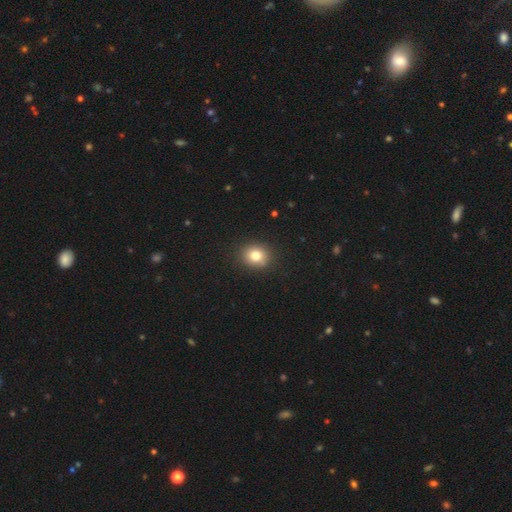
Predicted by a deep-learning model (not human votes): Q: Smooth or featured?
A: smooth (81%); runner-up: star or artifact (11%)
Q: How rounded?
A: round (68%); runner-up: in between (31%)
Q: Merging?
A: none (89%); runner-up: minor disturbance (8%)